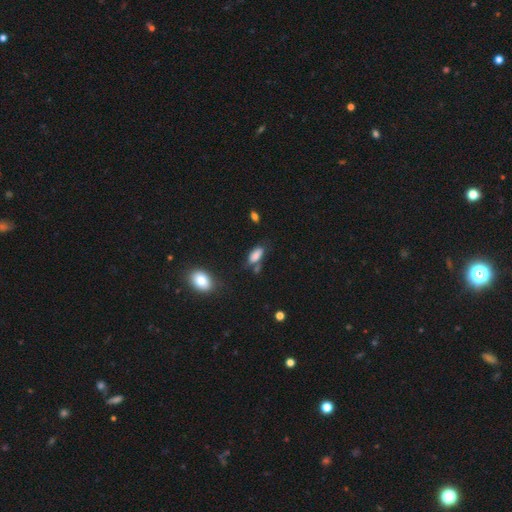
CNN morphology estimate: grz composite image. It shows a smooth galaxy with no disk features (81%) that is in between round and cigar-shaped (85%). Merging: none (54%).